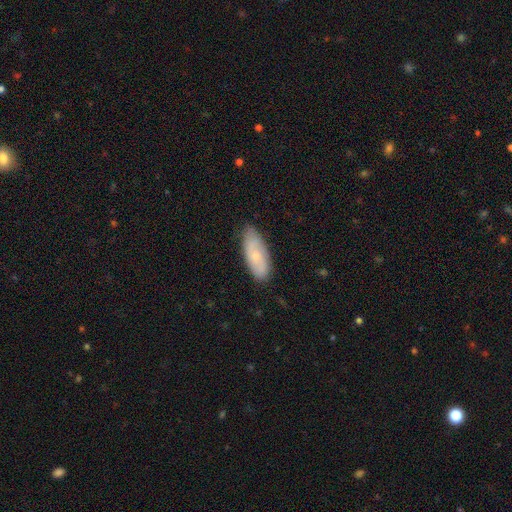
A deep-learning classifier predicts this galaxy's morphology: Smooth or featured: smooth — 62% (featured or disk — 32%)
How rounded: in between — 76% (cigar-shaped — 21%)
Merging: none — 80% (minor disturbance — 17%)